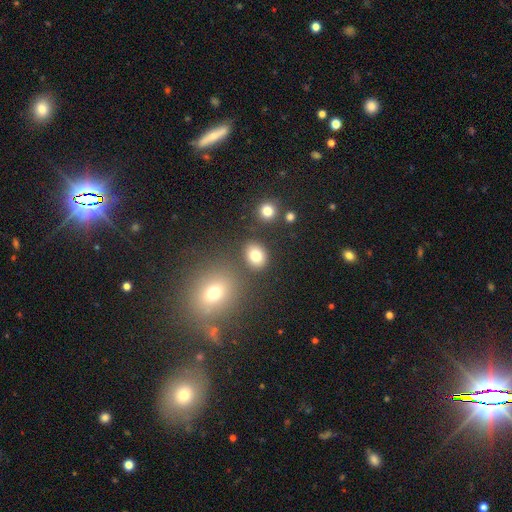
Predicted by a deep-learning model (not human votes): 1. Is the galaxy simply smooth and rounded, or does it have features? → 80% smooth, 12% star or artifact, 8% featured or disk.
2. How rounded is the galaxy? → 51% in between, 48% round, 1% cigar-shaped.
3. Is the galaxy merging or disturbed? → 80% none, 9% minor disturbance, 7% merger, 3% major disturbance.